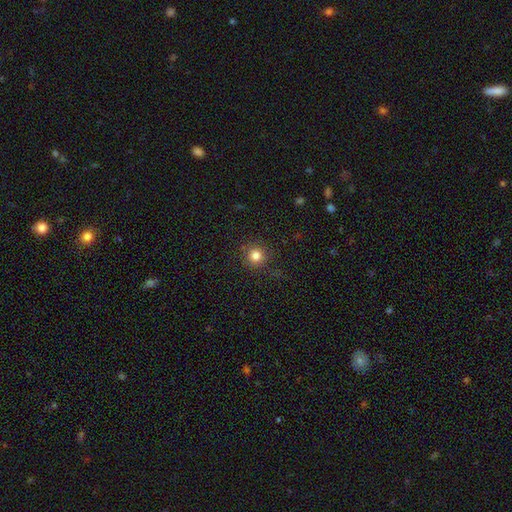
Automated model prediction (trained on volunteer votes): Morphology: type=smooth (81%); roundness=round (94%); merging=none (88%).